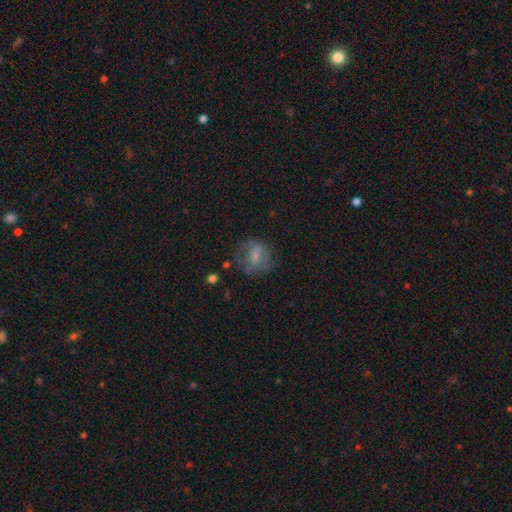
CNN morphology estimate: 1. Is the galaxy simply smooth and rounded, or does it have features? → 56% smooth, 33% featured or disk, 11% star or artifact.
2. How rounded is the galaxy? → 66% round, 33% in between, 2% cigar-shaped.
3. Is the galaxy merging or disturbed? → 58% none, 22% minor disturbance, 17% major disturbance, 2% merger.